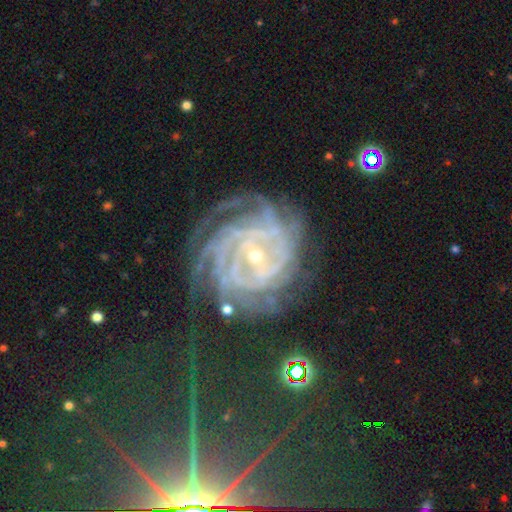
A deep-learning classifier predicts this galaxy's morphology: The model was most divided on "spiral arm count": can't tell: 24%, 4: 23%, more than 4: 23%, 3: 13%, 2: 10%, 1: 7%. Remaining: spiral arms — yes (97%); edge-on disk — no (97%); smooth or featured — featured or disk (88%); bulge size — small (75%); spiral winding — tight (75%); merging — none (61%); bar — no (44%).